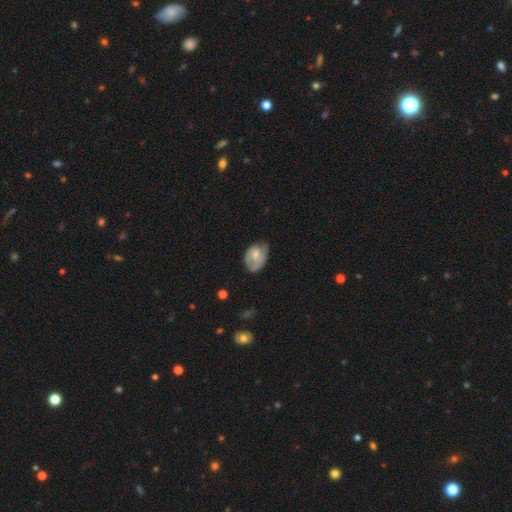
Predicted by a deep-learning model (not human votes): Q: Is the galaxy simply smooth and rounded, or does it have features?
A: featured or disk — 47%.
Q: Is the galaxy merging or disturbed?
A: none — 51%.